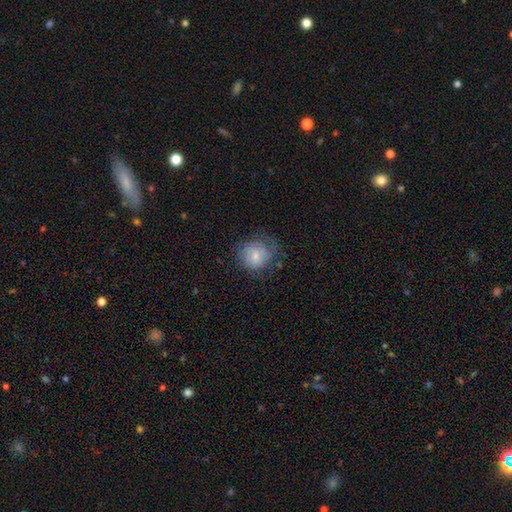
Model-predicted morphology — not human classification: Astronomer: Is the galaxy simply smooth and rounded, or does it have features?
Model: smooth — 64%.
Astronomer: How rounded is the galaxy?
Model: round — 80%.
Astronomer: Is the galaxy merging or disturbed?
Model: none — 56%.